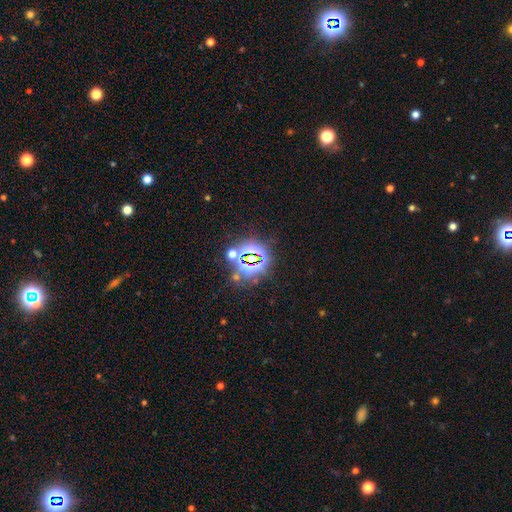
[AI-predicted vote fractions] A star or artifact, not a galaxy (81%).